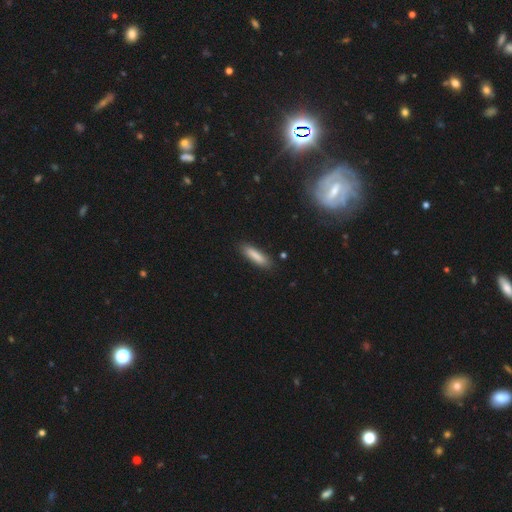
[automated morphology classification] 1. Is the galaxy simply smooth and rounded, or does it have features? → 84% smooth, 9% featured or disk, 7% star or artifact.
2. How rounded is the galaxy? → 72% cigar-shaped, 26% in between, 1% round.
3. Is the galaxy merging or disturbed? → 85% none, 11% minor disturbance, 2% major disturbance, 2% merger.